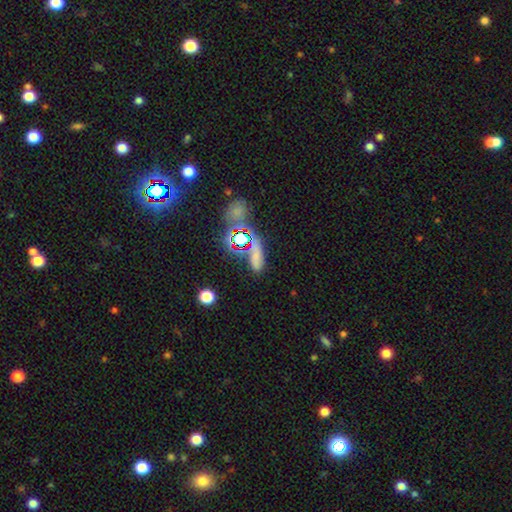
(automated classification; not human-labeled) Smooth or featured?
  - smooth: 50% *
  - star or artifact: 38%
  - featured or disk: 12%
How rounded?
  - in between: 66% *
  - cigar-shaped: 18%
  - round: 15%
Merging?
  - none: 57% *
  - minor disturbance: 19%
  - merger: 13%
  - major disturbance: 11%